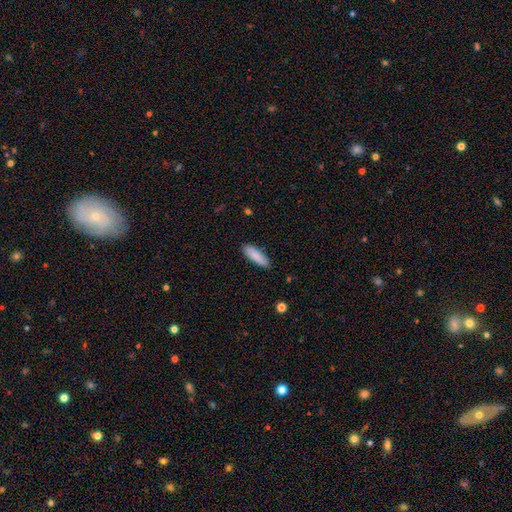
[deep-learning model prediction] smooth_or_featured: smooth (p=0.87) [alt: featured or disk p=0.07]
how_rounded: cigar-shaped (p=0.50) [alt: in between p=0.48]
merging: none (p=0.88) [alt: minor disturbance p=0.09]